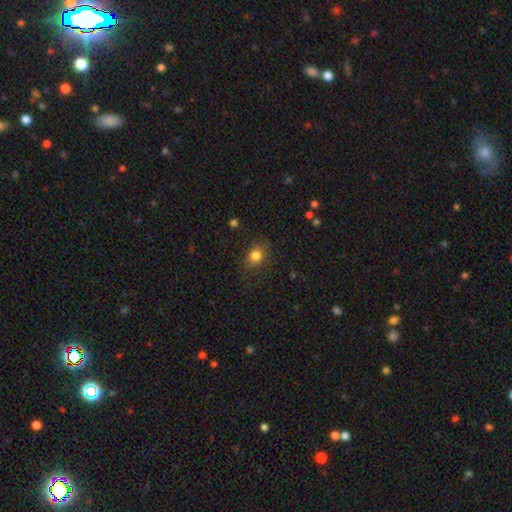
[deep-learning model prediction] Smooth or featured? smooth (82%)
How rounded? round (64%)
Merging? none (77%)